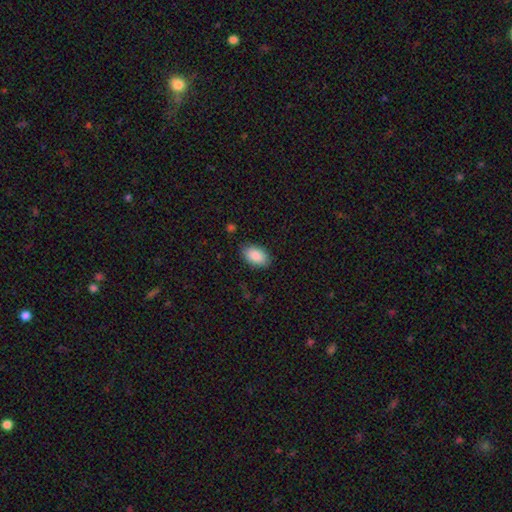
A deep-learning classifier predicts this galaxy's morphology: smooth 88%, star or artifact 6%, featured or disk 5%. Down the decision tree: how rounded — in between (92%); merging — none (86%).